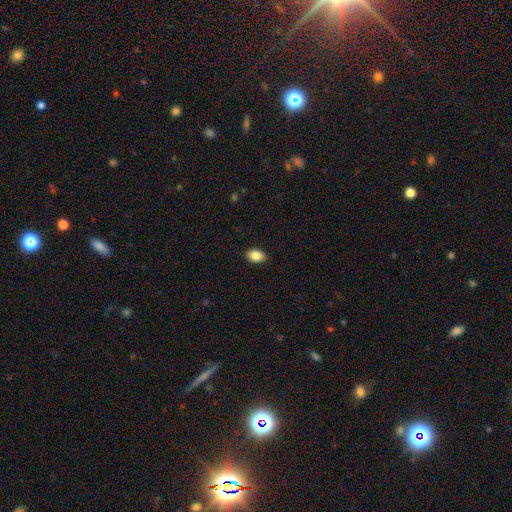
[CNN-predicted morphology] Smooth or featured?
  - smooth: 86% *
  - star or artifact: 8%
  - featured or disk: 6%
How rounded?
  - in between: 84% *
  - round: 15%
  - cigar-shaped: 1%
Merging?
  - none: 90% *
  - minor disturbance: 8%
  - major disturbance: 2%
  - merger: 1%